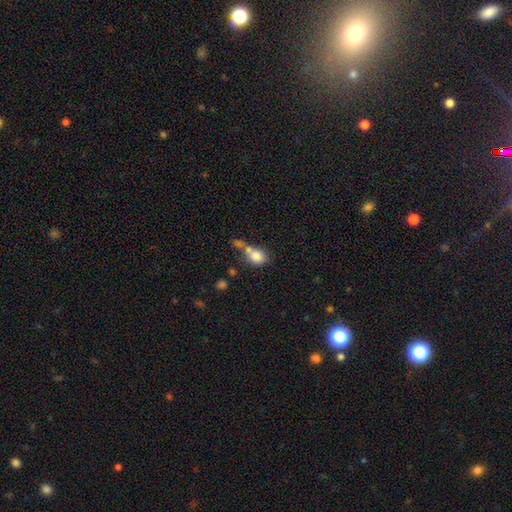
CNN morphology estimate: Smooth or featured? Predicted: smooth (p=0.80). How rounded? Predicted: round (p=0.58). Merging? Predicted: merger (p=0.42).